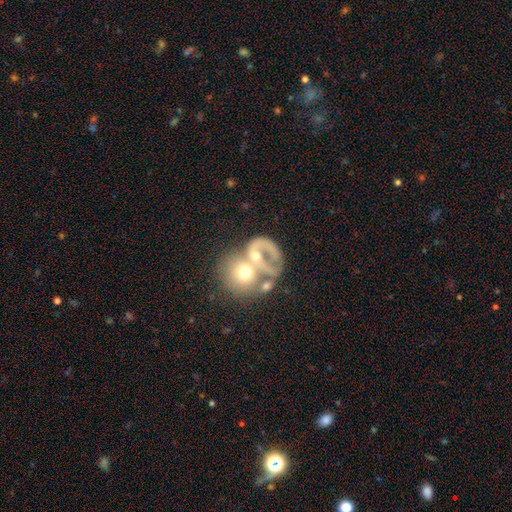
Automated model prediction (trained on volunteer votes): Smooth or featured: featured or disk — 50% (smooth — 40%)
Merging: merger — 59% (major disturbance — 17%)